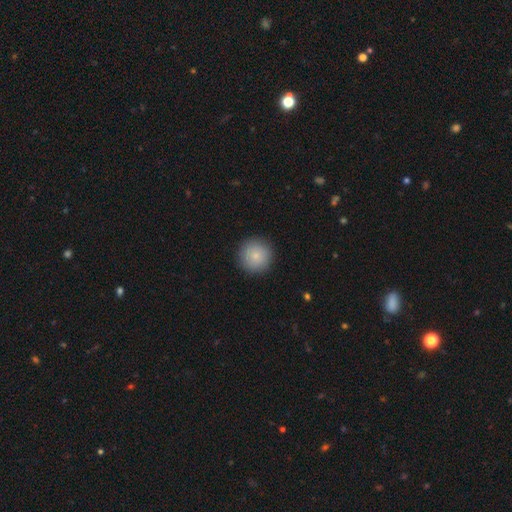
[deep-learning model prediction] smooth-or-featured: smooth: 84% | featured or disk: 8% | star or artifact: 8%
  how-rounded: round: 96% | in between: 3% | cigar-shaped: 1%
  merging: none: 91% | minor disturbance: 6% | major disturbance: 2% | merger: 1%